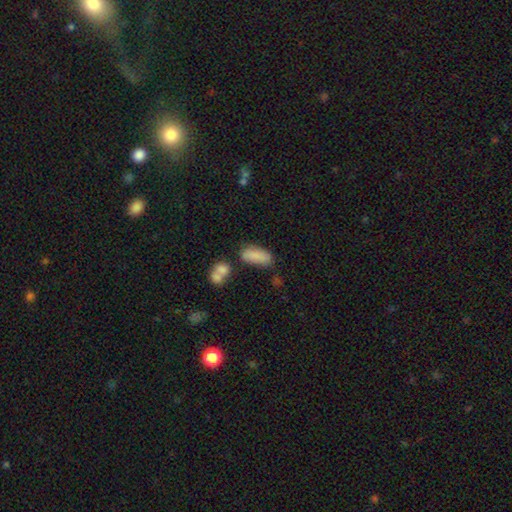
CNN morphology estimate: Overall: smooth (84%). How rounded: in between (79%). Merging: none (64%).